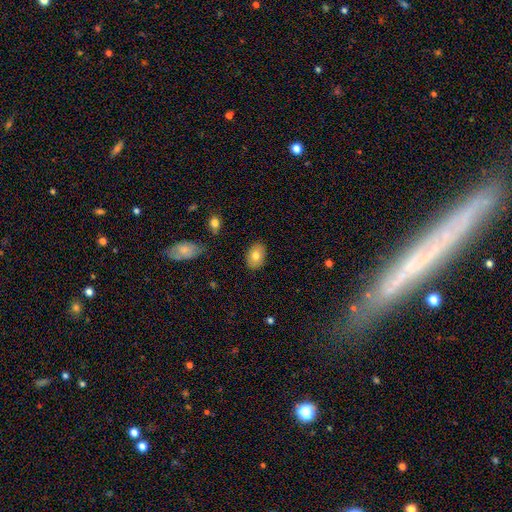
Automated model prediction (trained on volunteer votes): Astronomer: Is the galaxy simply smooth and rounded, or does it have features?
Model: smooth — 77%.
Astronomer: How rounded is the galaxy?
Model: in between — 83%.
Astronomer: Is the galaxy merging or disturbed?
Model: none — 86%.